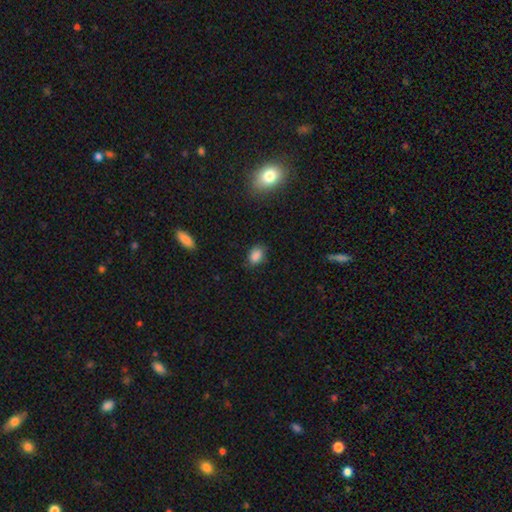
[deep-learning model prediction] smooth-or-featured: smooth: 85% | star or artifact: 10% | featured or disk: 5%
  how-rounded: in between: 75% | round: 24% | cigar-shaped: 1%
  merging: none: 74% | minor disturbance: 20% | major disturbance: 4% | merger: 2%